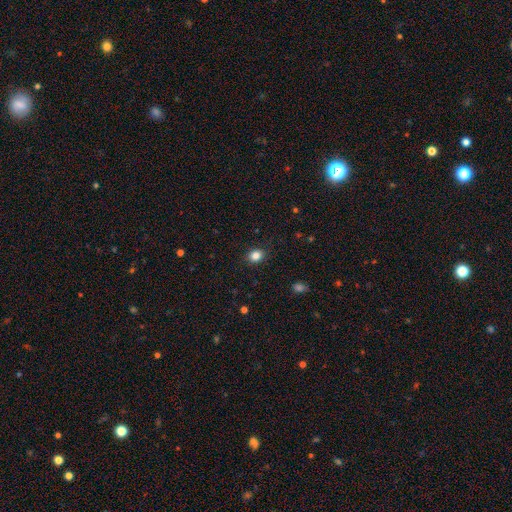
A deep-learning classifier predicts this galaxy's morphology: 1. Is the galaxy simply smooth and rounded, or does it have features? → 84% smooth, 11% star or artifact, 5% featured or disk.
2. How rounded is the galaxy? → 56% round, 43% in between, 1% cigar-shaped.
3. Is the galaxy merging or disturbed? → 87% none, 9% minor disturbance, 3% major disturbance, 1% merger.